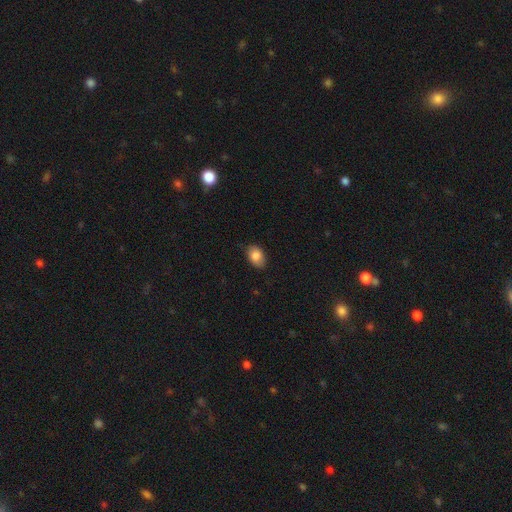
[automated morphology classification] This appears to be a smooth galaxy with no disk features (85%) that is in between round and cigar-shaped (81%). Merging: none (78%).